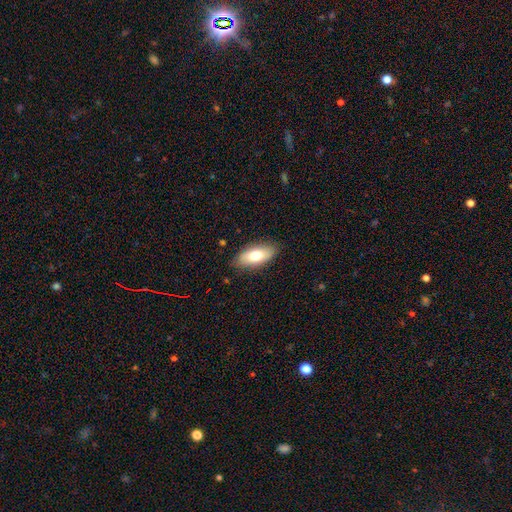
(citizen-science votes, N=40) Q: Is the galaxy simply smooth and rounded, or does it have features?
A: smooth — 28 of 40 (70%).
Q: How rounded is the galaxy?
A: in between — 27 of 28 (96%).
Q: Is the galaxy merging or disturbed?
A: none — 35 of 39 (90%).